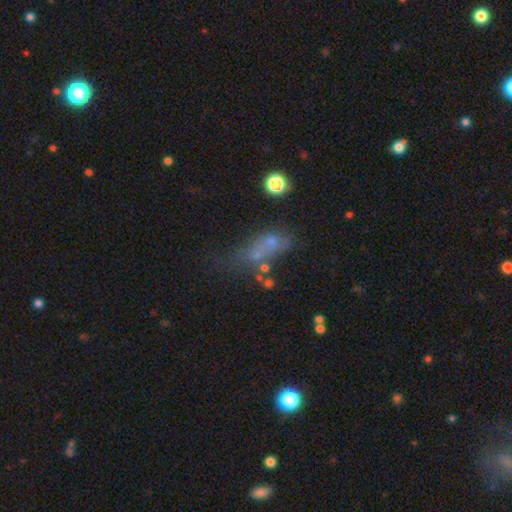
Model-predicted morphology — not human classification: type=smooth (49%); merging=major disturbance (30%).